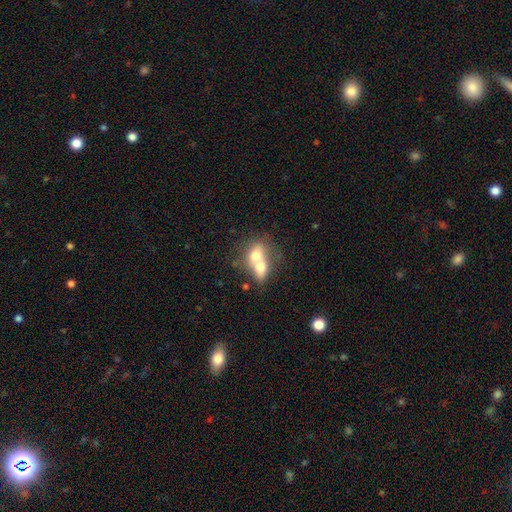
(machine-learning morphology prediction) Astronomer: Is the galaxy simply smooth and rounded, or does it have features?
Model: smooth — 67%.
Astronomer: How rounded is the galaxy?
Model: in between — 68%.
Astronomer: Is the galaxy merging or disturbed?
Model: merger — 75%.